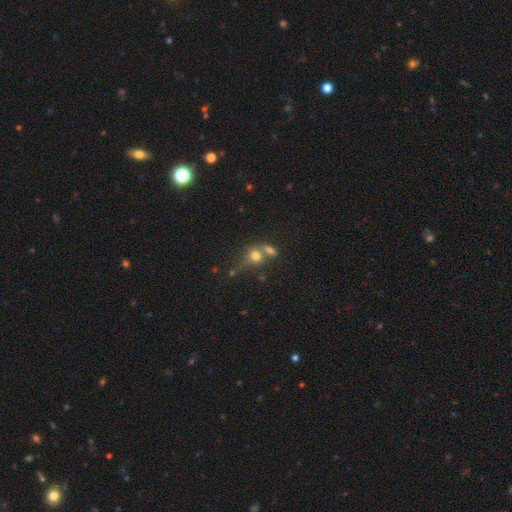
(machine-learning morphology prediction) smooth-or-featured: smooth: 73% | star or artifact: 14% | featured or disk: 13%
  how-rounded: round: 68% | in between: 29% | cigar-shaped: 3%
  merging: merger: 40% | none: 39% | minor disturbance: 12% | major disturbance: 9%